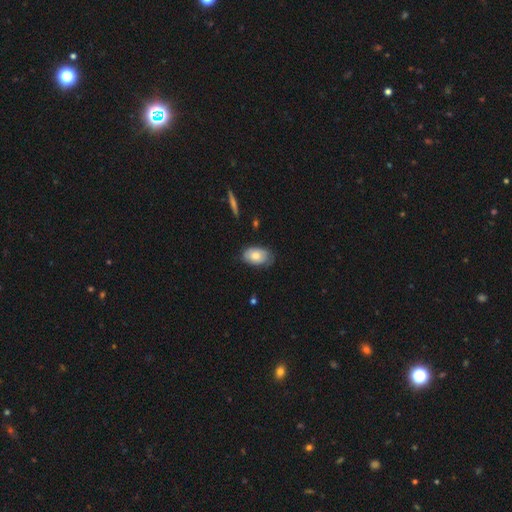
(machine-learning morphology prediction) smooth_or_featured: smooth (p=0.74) [alt: featured or disk p=0.19]
how_rounded: in between (p=0.92) [alt: round p=0.07]
merging: none (p=0.70) [alt: minor disturbance p=0.24]